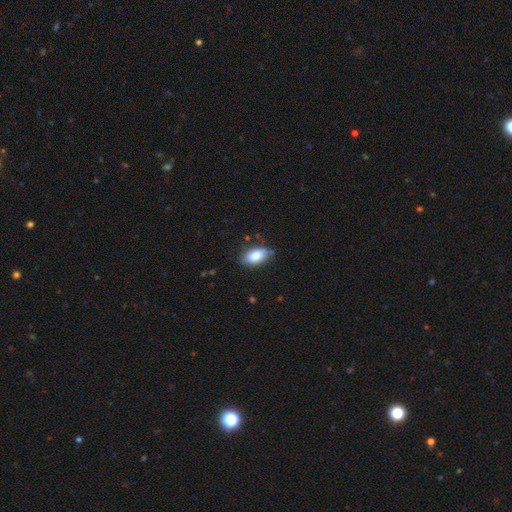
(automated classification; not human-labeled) Overall: smooth (80%). How rounded: in between (90%). Merging: none (71%).